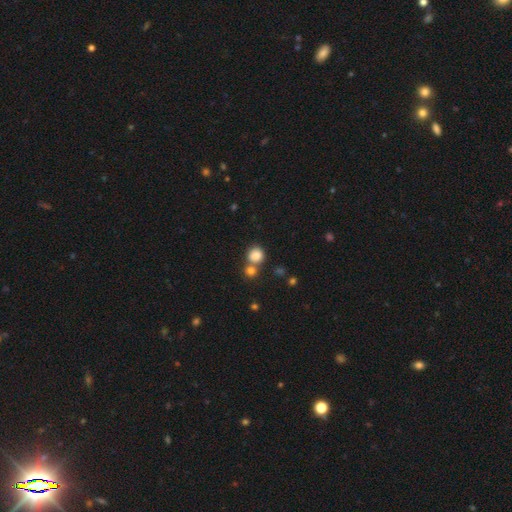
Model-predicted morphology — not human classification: A smooth galaxy with no disk features (84%) that is round (84%).

Vote fractions:
- Smooth or featured? smooth: 84% / star or artifact: 11% / featured or disk: 6%
- How rounded? round: 84% / in between: 15% / cigar-shaped: 1%
- Merging? none: 55% / merger: 33% / minor disturbance: 8% / major disturbance: 3%